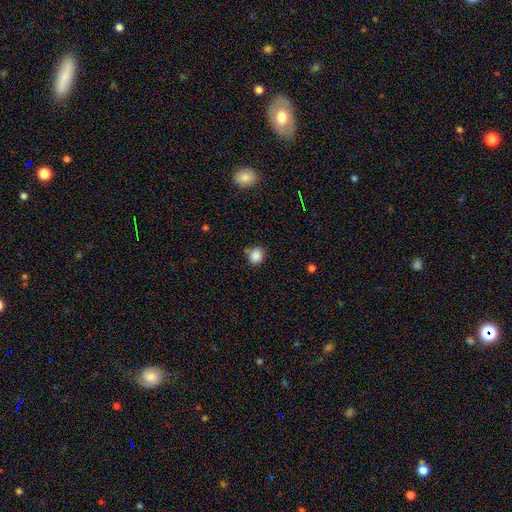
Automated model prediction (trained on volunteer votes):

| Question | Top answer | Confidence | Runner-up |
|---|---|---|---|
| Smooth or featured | smooth | 86% | star or artifact (10%) |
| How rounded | round | 83% | in between (16%) |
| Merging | none | 76% | minor disturbance (14%) |